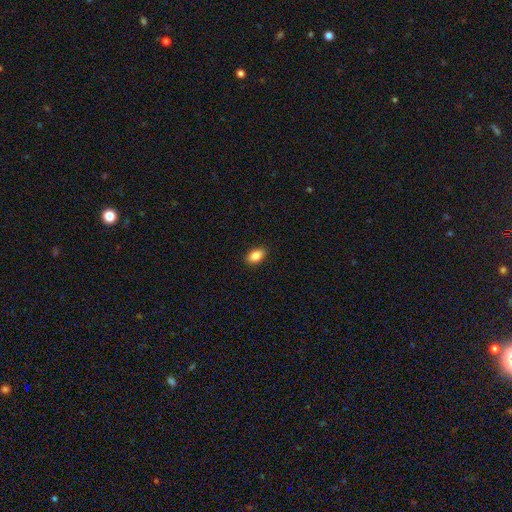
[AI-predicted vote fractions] smooth_or_featured: smooth (p=0.85) [alt: star or artifact p=0.08]
how_rounded: in between (p=0.88) [alt: round p=0.10]
merging: none (p=0.89) [alt: minor disturbance p=0.08]